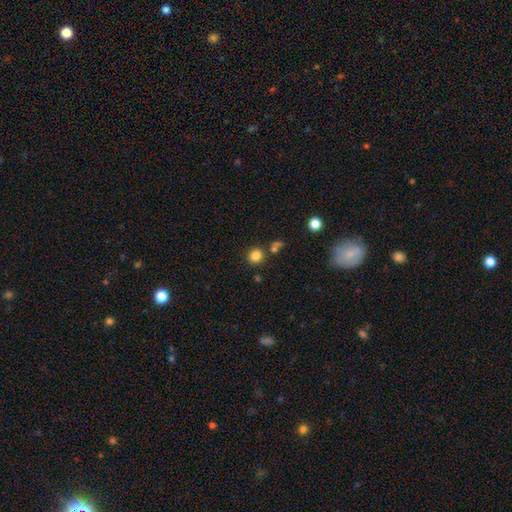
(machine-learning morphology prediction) smooth-or-featured: smooth: 82% | star or artifact: 12% | featured or disk: 5%
  how-rounded: round: 89% | in between: 10% | cigar-shaped: 1%
  merging: none: 79% | merger: 10% | minor disturbance: 8% | major disturbance: 3%